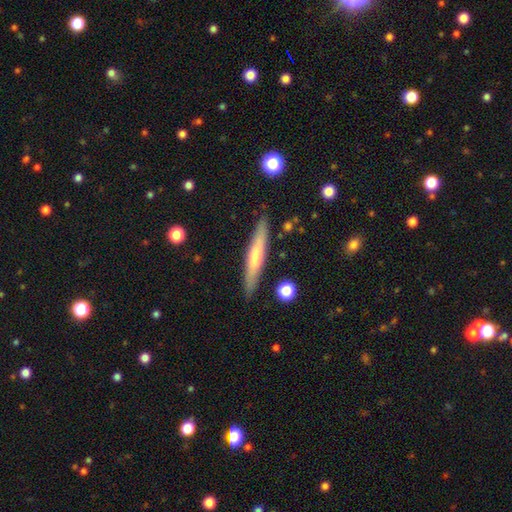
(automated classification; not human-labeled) smooth 56%, featured or disk 38%, star or artifact 6%. Down the decision tree: how rounded — cigar-shaped (92%); merging — none (88%).